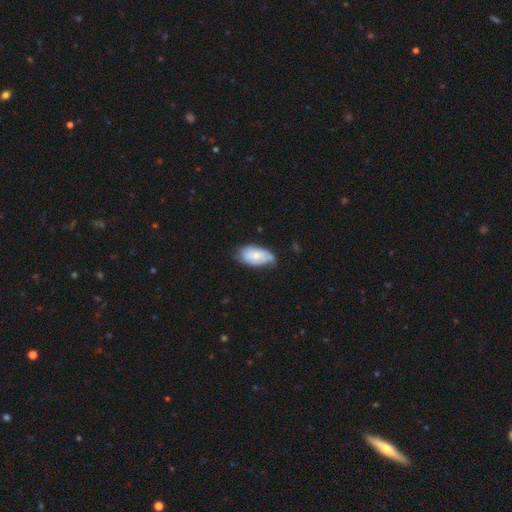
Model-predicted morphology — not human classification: Q: Smooth or featured?
A: smooth (59%); runner-up: featured or disk (35%)
Q: How rounded?
A: in between (94%); runner-up: round (3%)
Q: Merging?
A: none (52%); runner-up: minor disturbance (37%)